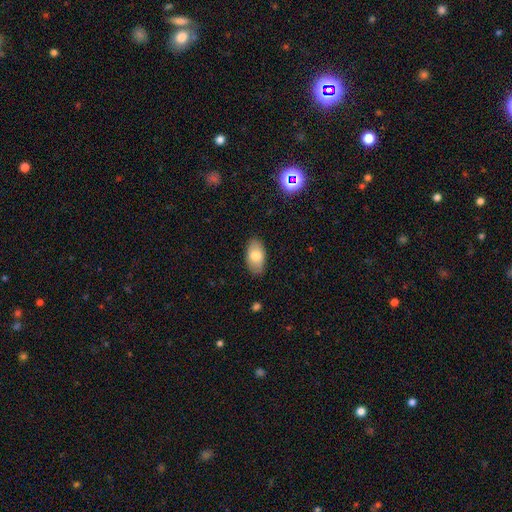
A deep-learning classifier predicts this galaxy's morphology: The model was most divided on "smooth or featured": smooth: 76%, featured or disk: 17%, star or artifact: 7%. More confident: how rounded — in between (94%); merging — none (85%).